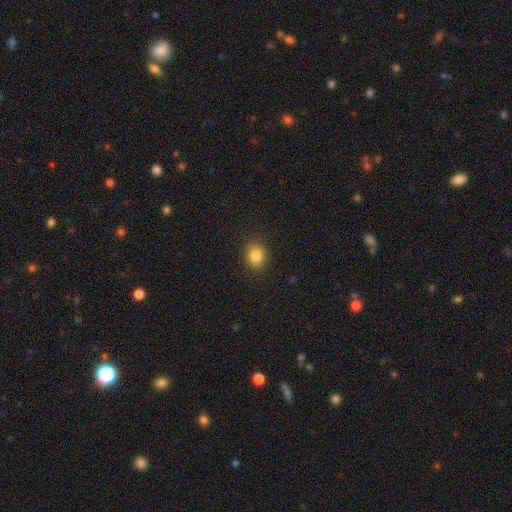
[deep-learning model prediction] Smooth or featured?
  - smooth: 83% *
  - star or artifact: 11%
  - featured or disk: 6%
How rounded?
  - round: 67% *
  - in between: 32%
  - cigar-shaped: 1%
Merging?
  - none: 89% *
  - minor disturbance: 7%
  - major disturbance: 2%
  - merger: 1%